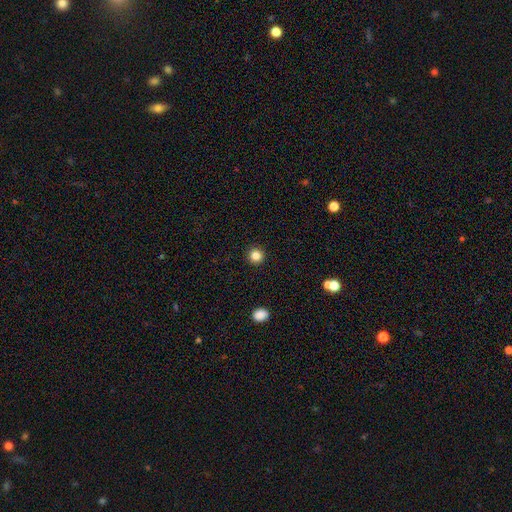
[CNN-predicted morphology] Smooth or featured?
  - smooth: 84% *
  - star or artifact: 12%
  - featured or disk: 4%
How rounded?
  - round: 95% *
  - in between: 4%
  - cigar-shaped: 1%
Merging?
  - none: 93% *
  - minor disturbance: 4%
  - major disturbance: 2%
  - merger: 1%